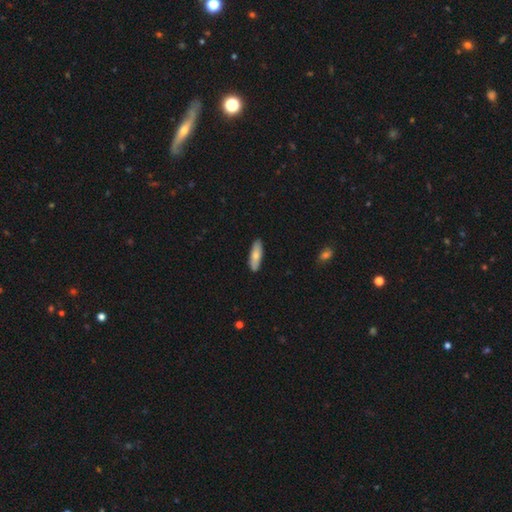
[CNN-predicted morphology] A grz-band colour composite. It shows a smooth galaxy with no disk features (75%) that is cigar-shaped (50%). Merging: none (89%).